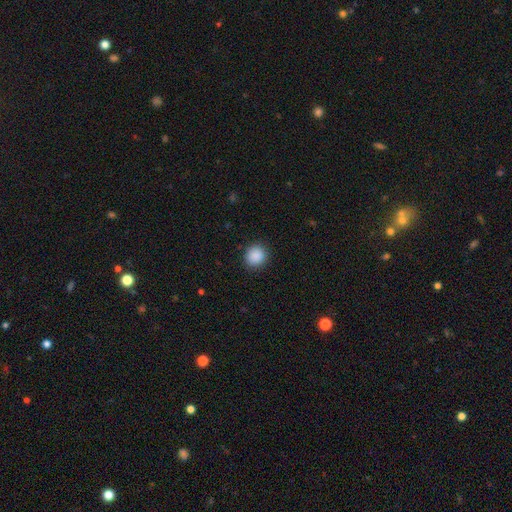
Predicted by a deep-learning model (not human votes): smooth-or-featured: smooth: 89% | star or artifact: 8% | featured or disk: 2%
  how-rounded: round: 87% | in between: 12% | cigar-shaped: 1%
  merging: none: 90% | minor disturbance: 7% | major disturbance: 2% | merger: 1%